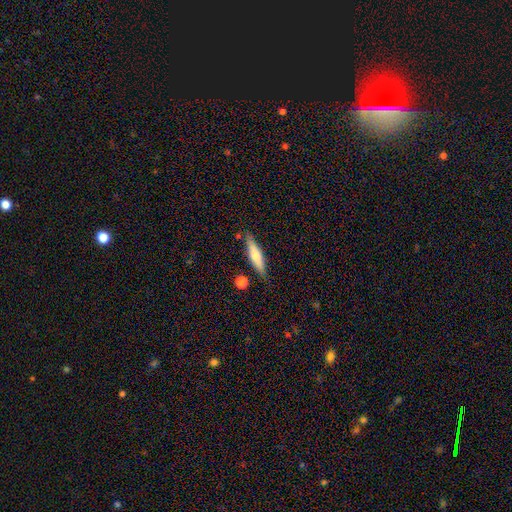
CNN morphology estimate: This appears to be a smooth galaxy with no disk features (60%) that is cigar-shaped (79%). Merging: none (81%).